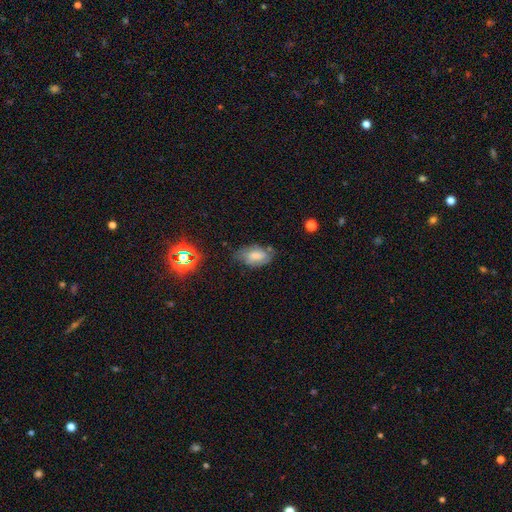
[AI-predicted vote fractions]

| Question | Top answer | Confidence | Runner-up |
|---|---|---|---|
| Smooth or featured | smooth | 60% | featured or disk (28%) |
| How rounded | in between | 91% | round (6%) |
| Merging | none | 59% | minor disturbance (29%) |